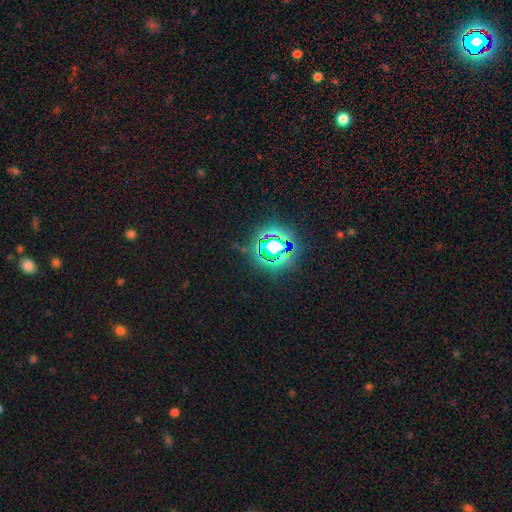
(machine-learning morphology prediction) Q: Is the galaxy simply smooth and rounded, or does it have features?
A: star or artifact — 84%.